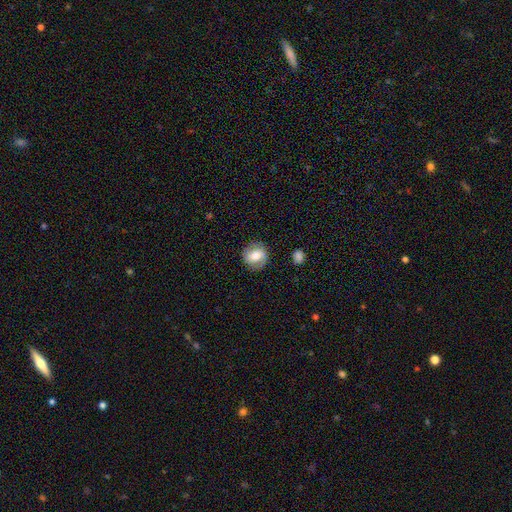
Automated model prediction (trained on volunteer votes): smooth_or_featured: smooth (p=0.59) [alt: featured or disk p=0.33]
how_rounded: round (p=0.81) [alt: in between p=0.18]
merging: none (p=0.82) [alt: minor disturbance p=0.12]